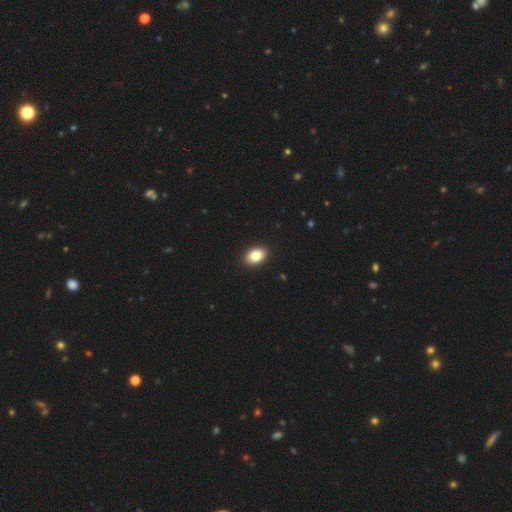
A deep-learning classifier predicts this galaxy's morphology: Smooth or featured: smooth — 85% (star or artifact — 8%)
How rounded: in between — 82% (round — 16%)
Merging: none — 91% (minor disturbance — 6%)